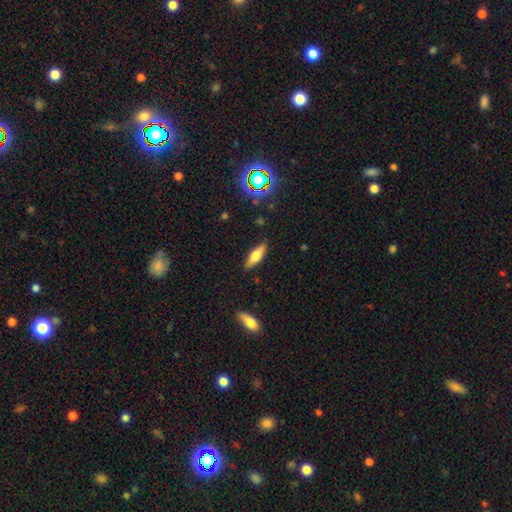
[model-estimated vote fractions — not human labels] Smooth or featured? Predicted: smooth (p=0.58). How rounded? Predicted: in between (p=0.52). Merging? Predicted: none (p=0.87).